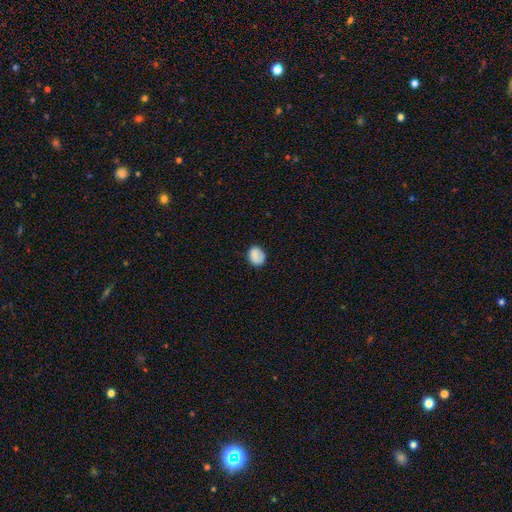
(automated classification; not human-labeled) Smooth or featured?
  - smooth: 85% *
  - star or artifact: 8%
  - featured or disk: 6%
How rounded?
  - round: 51% *
  - in between: 48%
  - cigar-shaped: 1%
Merging?
  - none: 78% *
  - minor disturbance: 17%
  - major disturbance: 4%
  - merger: 1%